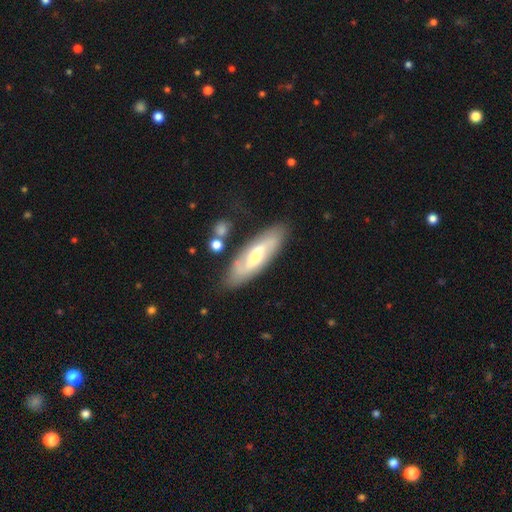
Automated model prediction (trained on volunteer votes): This is possibly a featured or disk galaxy (58%). It is likely not viewed edge-on (80%). Merging: likely none (76%).